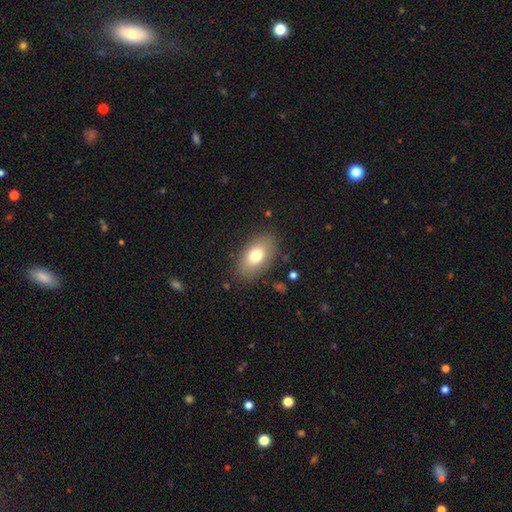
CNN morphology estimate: Overall: smooth (74%). How rounded: in between (91%). Merging: none (84%).